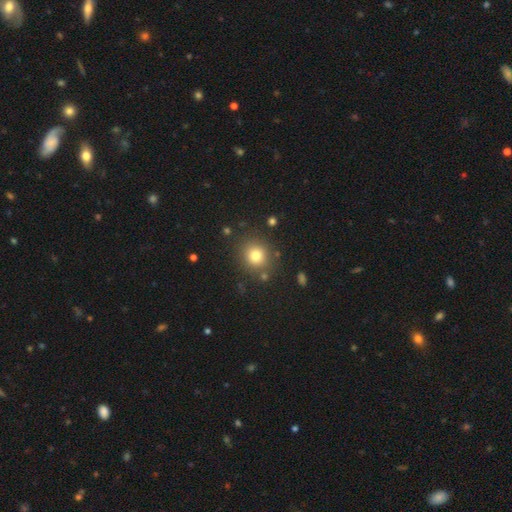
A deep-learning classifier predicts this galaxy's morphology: This is likely a smooth galaxy (79%). How rounded: clearly round (83%). Merging: clearly none (83%).